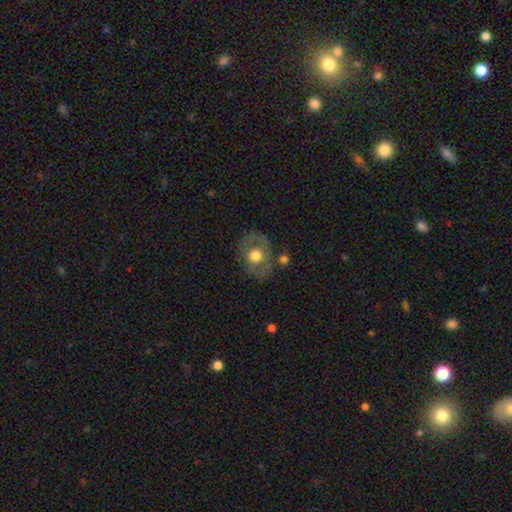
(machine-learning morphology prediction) smooth-or-featured: smooth: 48% | featured or disk: 46% | star or artifact: 7%
  merging: none: 76% | minor disturbance: 15% | major disturbance: 6% | merger: 4%